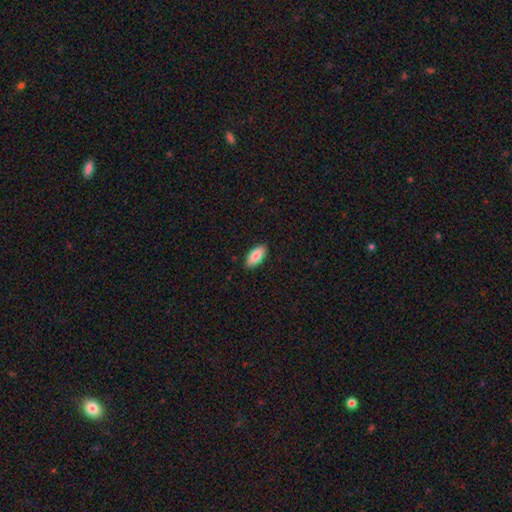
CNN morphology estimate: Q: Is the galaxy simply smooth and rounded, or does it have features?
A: smooth — 85%.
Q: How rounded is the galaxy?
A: in between — 91%.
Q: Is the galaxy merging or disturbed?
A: none — 89%.